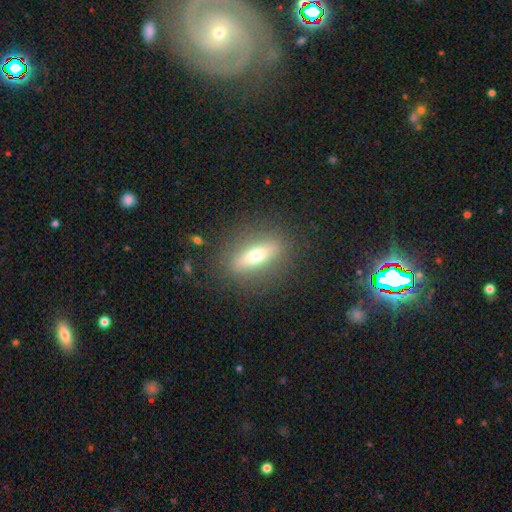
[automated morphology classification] Smooth or featured?
  - smooth: 48% *
  - featured or disk: 42%
  - star or artifact: 10%
Merging?
  - none: 85% *
  - minor disturbance: 9%
  - major disturbance: 4%
  - merger: 1%